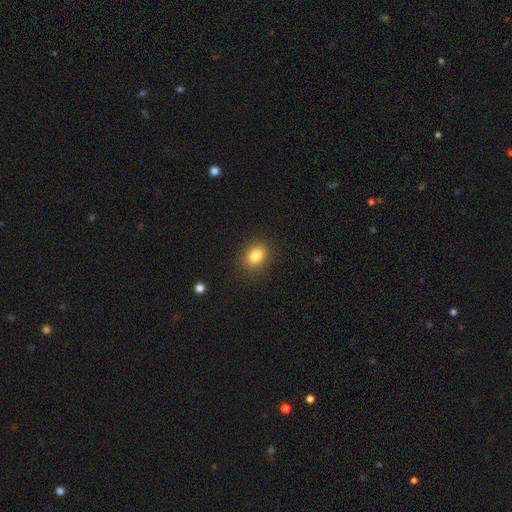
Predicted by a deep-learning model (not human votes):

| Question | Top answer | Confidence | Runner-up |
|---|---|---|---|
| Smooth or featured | smooth | 83% | star or artifact (10%) |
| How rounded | in between | 54% | round (45%) |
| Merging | none | 86% | minor disturbance (9%) |